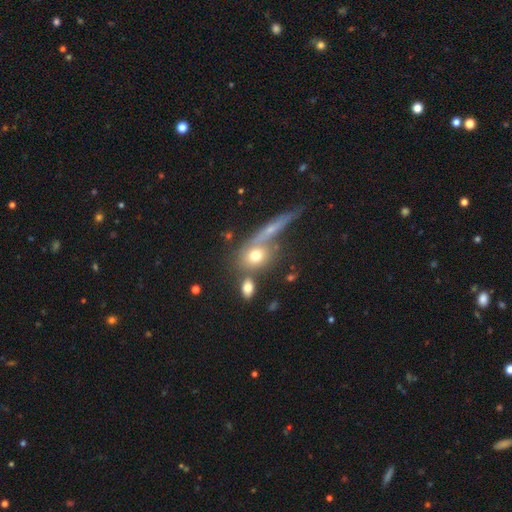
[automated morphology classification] This is likely a smooth galaxy (70%). How rounded: possibly round (53%). Merging: possibly none (55%).